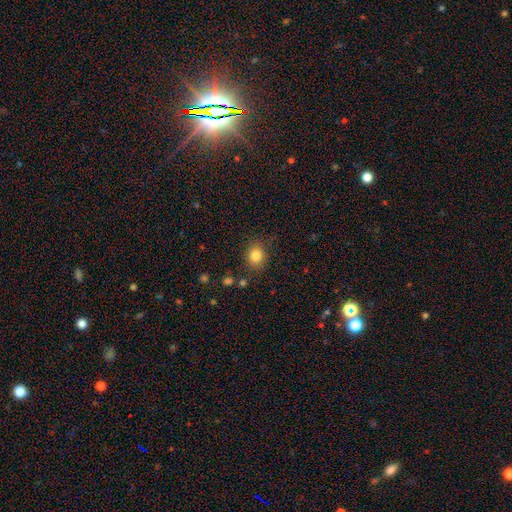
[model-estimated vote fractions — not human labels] This appears to be a smooth galaxy with no disk features (83%) that is round (67%). Merging: none (83%).